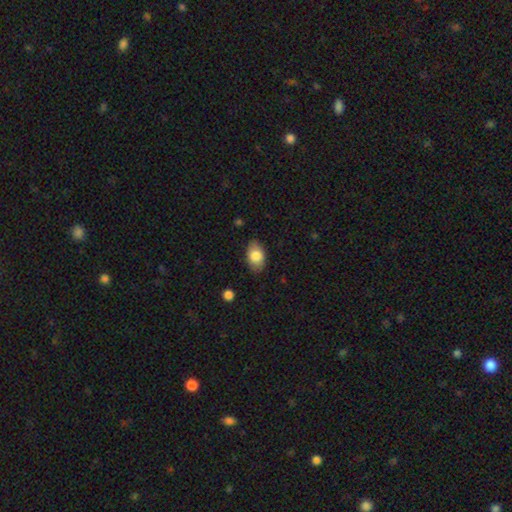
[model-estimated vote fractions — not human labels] A smooth galaxy with no disk features (82%) that is in between round and cigar-shaped (89%). Merging: none (83%).